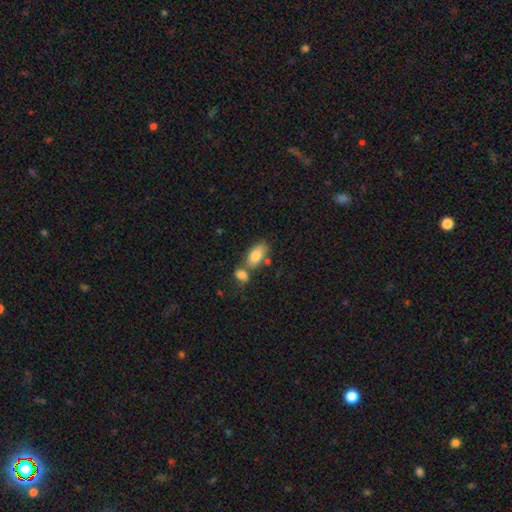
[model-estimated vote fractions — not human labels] Smooth or featured? Predicted: smooth (p=0.82). How rounded? Predicted: in between (p=0.91). Merging? Predicted: none (p=0.47).